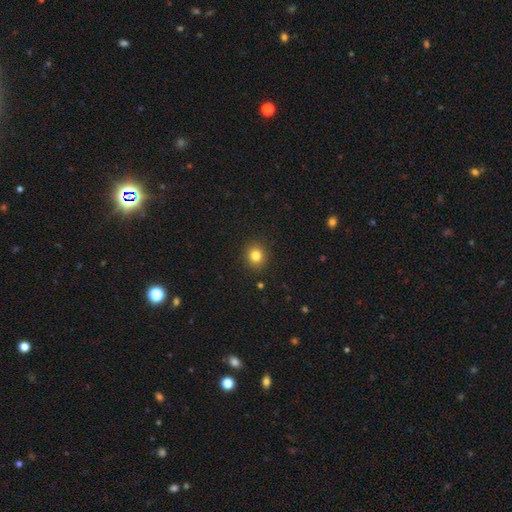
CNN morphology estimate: smooth-or-featured: smooth: 82% | star or artifact: 12% | featured or disk: 6%
  how-rounded: round: 83% | in between: 16% | cigar-shaped: 1%
  merging: none: 91% | minor disturbance: 6% | major disturbance: 2% | merger: 1%